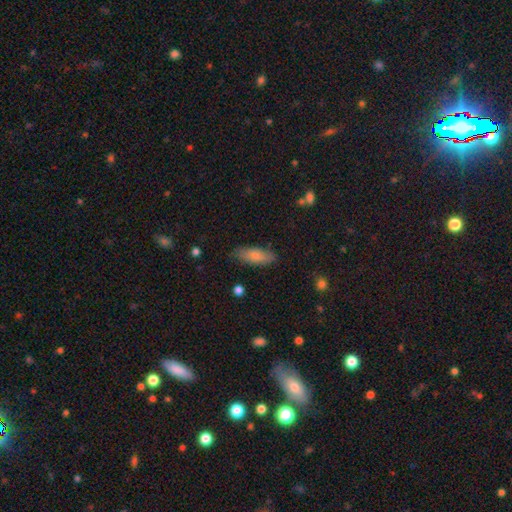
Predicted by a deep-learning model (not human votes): smooth-or-featured: smooth: 79% | featured or disk: 15% | star or artifact: 6%
  how-rounded: in between: 72% | cigar-shaped: 26% | round: 2%
  merging: none: 79% | minor disturbance: 17% | major disturbance: 3% | merger: 1%